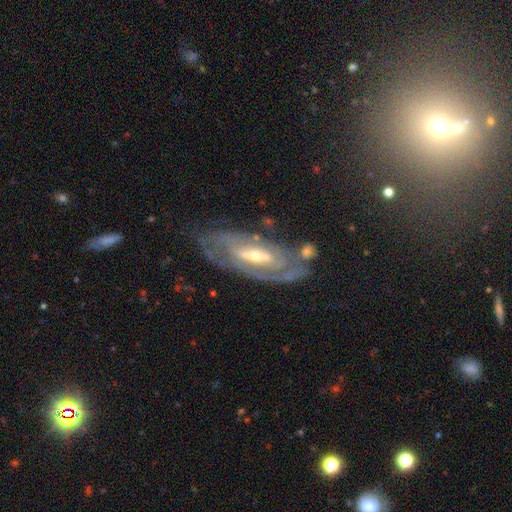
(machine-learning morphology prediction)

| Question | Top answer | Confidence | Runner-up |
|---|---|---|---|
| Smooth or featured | featured or disk | 84% | smooth (10%) |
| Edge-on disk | no | 88% | yes (12%) |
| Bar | strong | 41% | weak (34%) |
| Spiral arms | yes | 86% | no (14%) |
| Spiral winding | tight | 63% | medium (28%) |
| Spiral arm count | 2 | 44% | can't tell (35%) |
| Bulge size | small | 56% | moderate (40%) |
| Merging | none | 63% | minor disturbance (20%) |